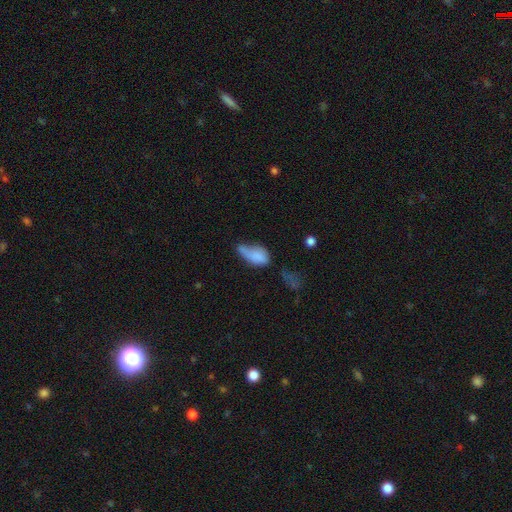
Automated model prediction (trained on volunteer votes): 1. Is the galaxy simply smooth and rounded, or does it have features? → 72% smooth, 19% featured or disk, 10% star or artifact.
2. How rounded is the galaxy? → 87% in between, 6% cigar-shaped, 6% round.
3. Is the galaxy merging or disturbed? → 32% major disturbance, 31% minor disturbance, 22% none, 15% merger.